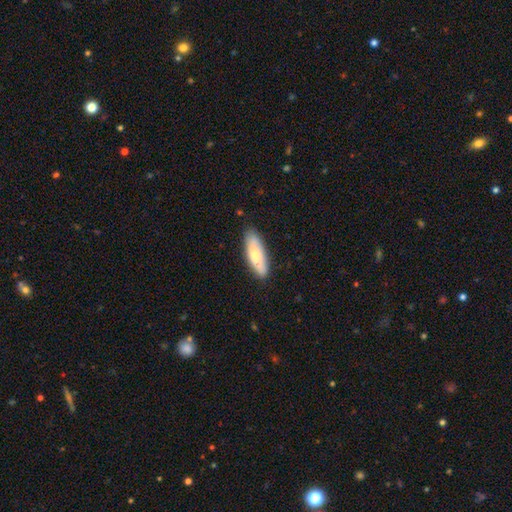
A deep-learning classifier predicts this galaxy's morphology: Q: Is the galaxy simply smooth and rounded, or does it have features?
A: smooth — 69%.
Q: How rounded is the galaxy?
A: in between — 58%.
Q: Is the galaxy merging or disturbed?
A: none — 78%.